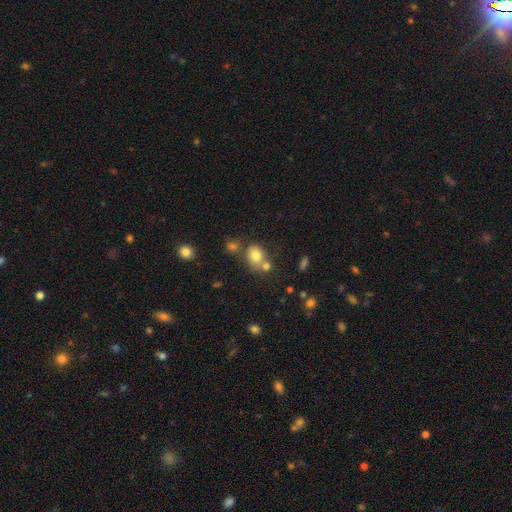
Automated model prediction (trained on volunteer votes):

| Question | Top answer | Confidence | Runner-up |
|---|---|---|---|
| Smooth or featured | smooth | 77% | featured or disk (12%) |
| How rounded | round | 53% | in between (46%) |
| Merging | none | 52% | merger (31%) |